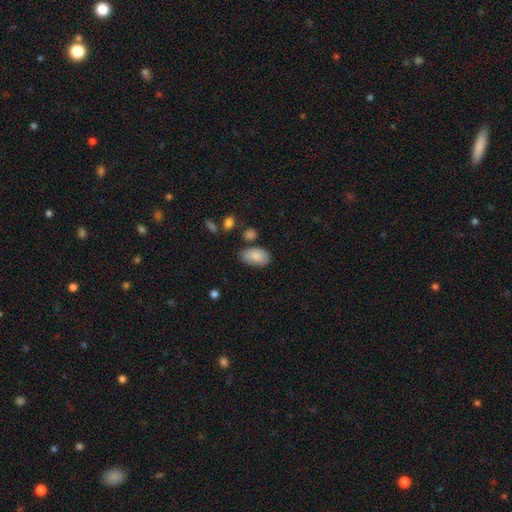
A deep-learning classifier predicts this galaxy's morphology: Q: Smooth or featured?
A: smooth (85%); runner-up: featured or disk (8%)
Q: How rounded?
A: in between (93%); runner-up: round (6%)
Q: Merging?
A: none (70%); runner-up: minor disturbance (20%)